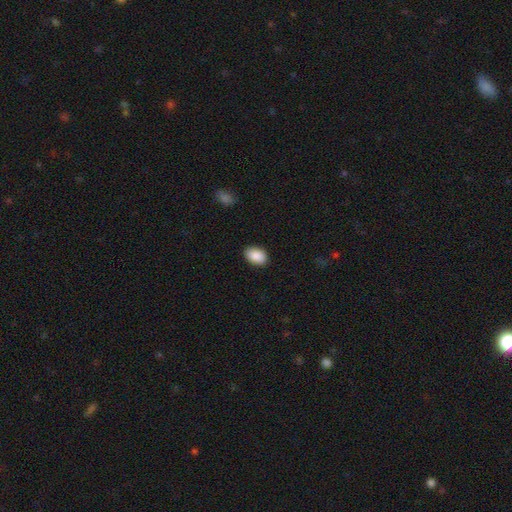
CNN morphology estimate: This is clearly a smooth galaxy (90%). How rounded: clearly in between (84%). Merging: clearly none (89%).